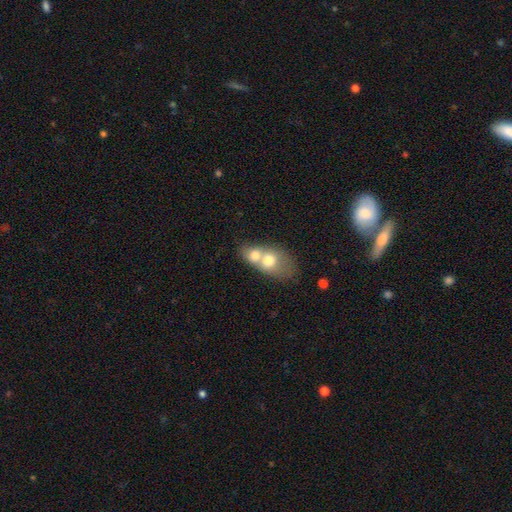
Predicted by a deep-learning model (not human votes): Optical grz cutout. It shows a smooth galaxy with no disk features (60%) that is in between round and cigar-shaped (61%). Merging: merger (71%).